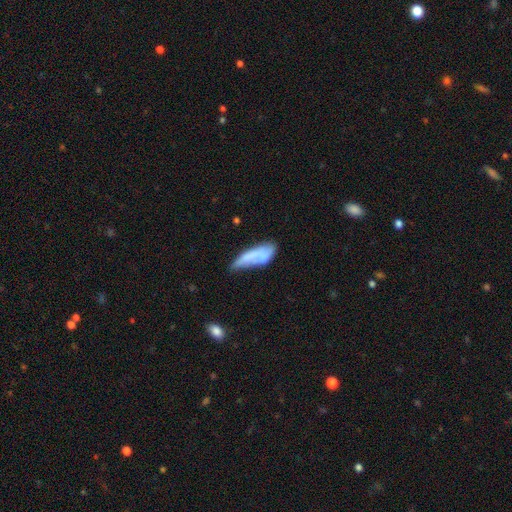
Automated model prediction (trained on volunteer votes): Overall: smooth (67%). How rounded: in between (60%; cigar-shaped 37%). Merging: minor disturbance (37%; none 32%).